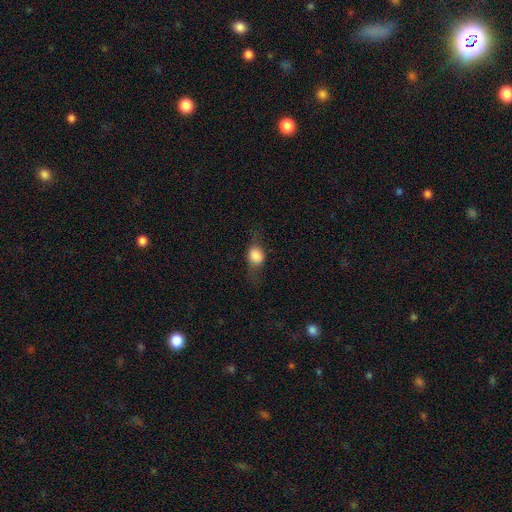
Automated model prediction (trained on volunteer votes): This is likely a smooth galaxy (67%). How rounded: possibly round (49%). Merging: possibly none (60%).